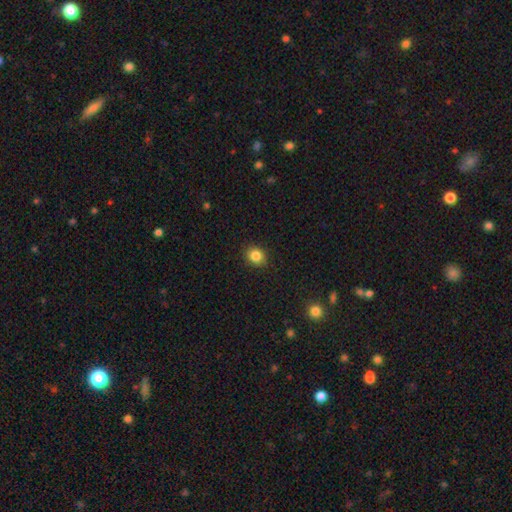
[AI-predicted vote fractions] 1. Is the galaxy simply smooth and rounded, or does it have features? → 85% smooth, 10% star or artifact, 4% featured or disk.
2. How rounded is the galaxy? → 74% round, 25% in between, 1% cigar-shaped.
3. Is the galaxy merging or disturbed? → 90% none, 7% minor disturbance, 2% major disturbance, 1% merger.